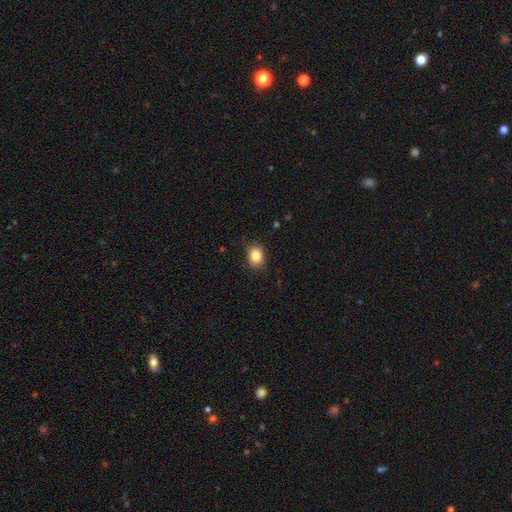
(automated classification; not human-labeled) Morphology: type=smooth (85%); roundness=in between (55%); merging=none (84%).